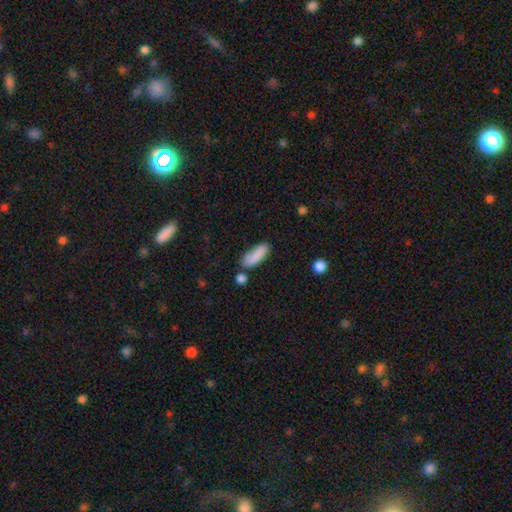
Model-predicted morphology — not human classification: Smooth or featured? Predicted: smooth (p=0.86). How rounded? Predicted: in between (p=0.59). Merging? Predicted: none (p=0.67).